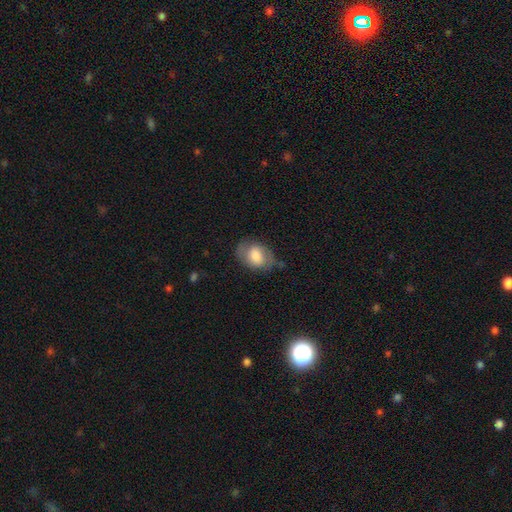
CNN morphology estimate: Smooth or featured?
  - smooth: 58% *
  - featured or disk: 35%
  - star or artifact: 7%
How rounded?
  - in between: 80% *
  - round: 18%
  - cigar-shaped: 1%
Merging?
  - none: 61% *
  - minor disturbance: 26%
  - major disturbance: 10%
  - merger: 2%